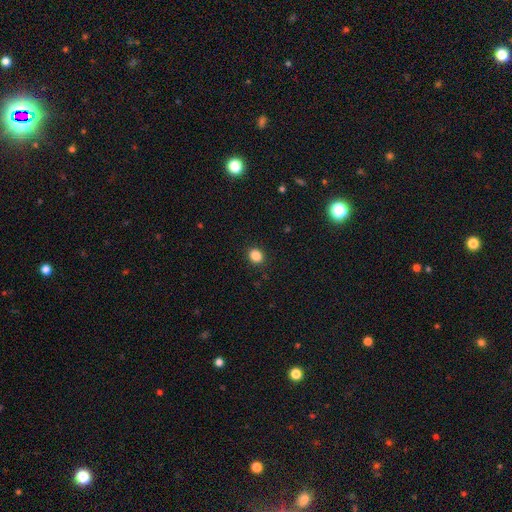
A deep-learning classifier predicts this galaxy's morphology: Smooth or featured?
  - smooth: 86% *
  - star or artifact: 11%
  - featured or disk: 3%
How rounded?
  - round: 67% *
  - in between: 32%
  - cigar-shaped: 1%
Merging?
  - none: 90% *
  - minor disturbance: 7%
  - major disturbance: 2%
  - merger: 1%